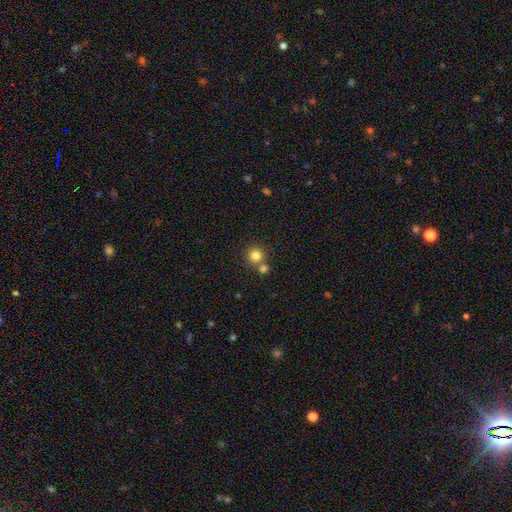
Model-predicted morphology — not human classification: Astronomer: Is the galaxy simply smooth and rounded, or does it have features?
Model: smooth — 81%.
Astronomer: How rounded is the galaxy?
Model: round — 93%.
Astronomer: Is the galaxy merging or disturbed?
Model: none — 64%.